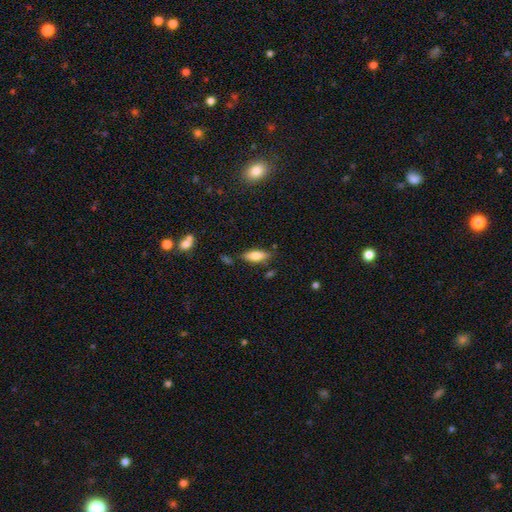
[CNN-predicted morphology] Smooth or featured: smooth — 76% (featured or disk — 17%)
How rounded: in between — 70% (cigar-shaped — 28%)
Merging: none — 79% (minor disturbance — 14%)